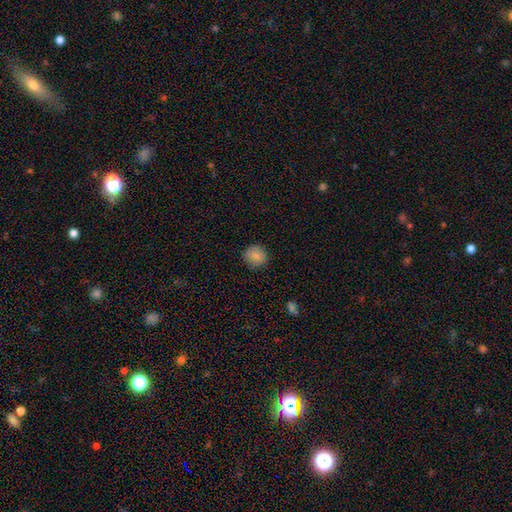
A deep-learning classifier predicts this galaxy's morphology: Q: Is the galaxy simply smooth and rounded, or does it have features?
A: smooth — 86%.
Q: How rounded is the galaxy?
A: round — 91%.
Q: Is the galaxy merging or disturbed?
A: none — 88%.